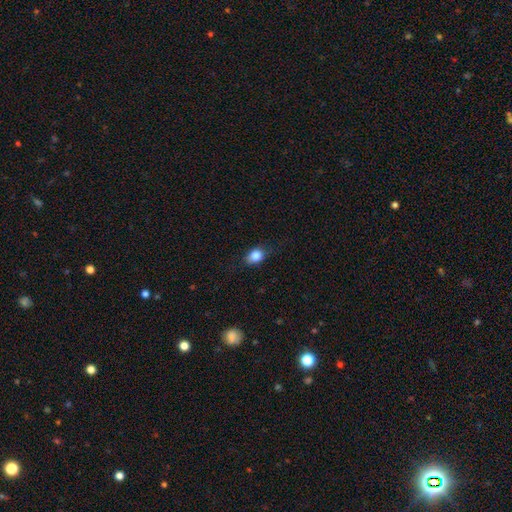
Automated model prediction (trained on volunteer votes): This is clearly a smooth galaxy (82%). How rounded: possibly in between (58%). Merging: likely none (79%).